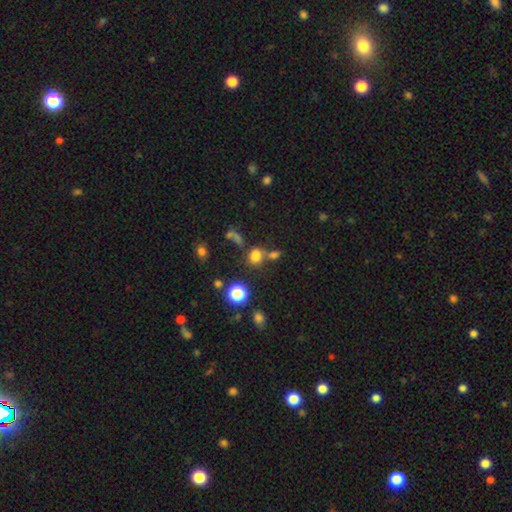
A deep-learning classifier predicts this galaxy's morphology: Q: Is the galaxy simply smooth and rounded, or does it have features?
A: smooth — 70%.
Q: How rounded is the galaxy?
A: round — 66%.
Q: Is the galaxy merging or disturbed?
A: none — 53%.